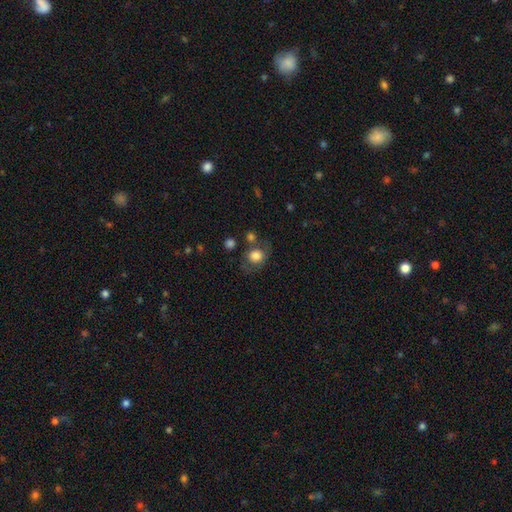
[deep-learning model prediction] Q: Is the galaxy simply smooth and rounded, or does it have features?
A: smooth — 77%.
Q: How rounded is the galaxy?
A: round — 67%.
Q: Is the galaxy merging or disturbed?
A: none — 60%.